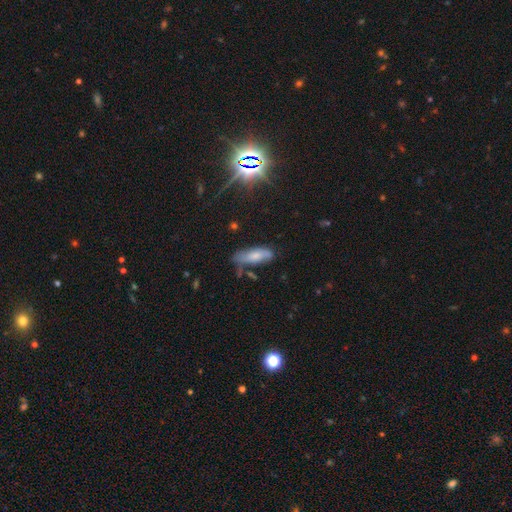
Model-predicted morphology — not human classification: This is likely a smooth galaxy (69%). How rounded: likely in between (60%). Merging: possibly none (56%).